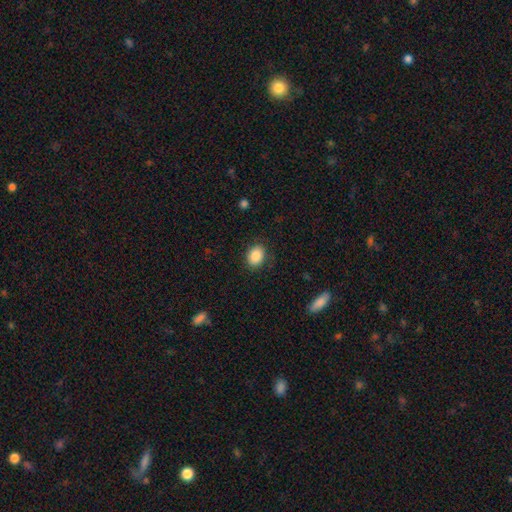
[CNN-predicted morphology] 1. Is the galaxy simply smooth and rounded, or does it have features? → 87% smooth, 8% star or artifact, 5% featured or disk.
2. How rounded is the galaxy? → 65% in between, 34% round, 1% cigar-shaped.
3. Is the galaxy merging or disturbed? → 85% none, 11% minor disturbance, 3% major disturbance, 1% merger.